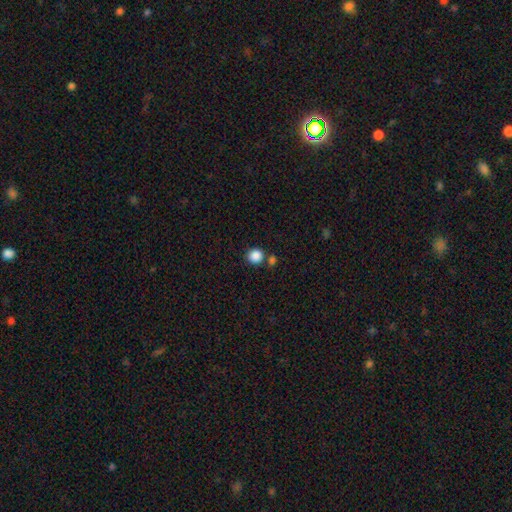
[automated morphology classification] smooth 87%, star or artifact 10%, featured or disk 4%. Down the decision tree: how rounded — round (89%); merging — none (74%).